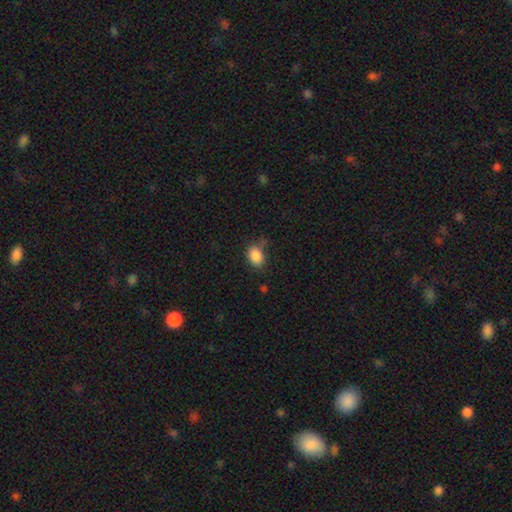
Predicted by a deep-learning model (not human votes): Morphology: type=smooth (86%); roundness=in between (75%); merging=none (65%).